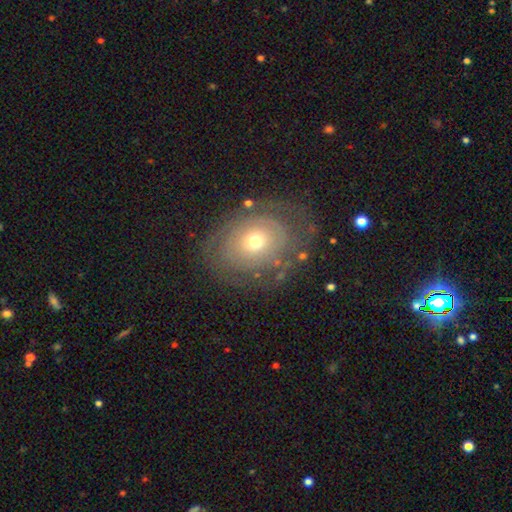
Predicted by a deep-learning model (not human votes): Smooth or featured?
  - featured or disk: 51% *
  - smooth: 29%
  - star or artifact: 20%
Edge-on disk?
  - no: 94% *
  - yes: 6%
Merging?
  - none: 79% *
  - minor disturbance: 13%
  - major disturbance: 6%
  - merger: 2%